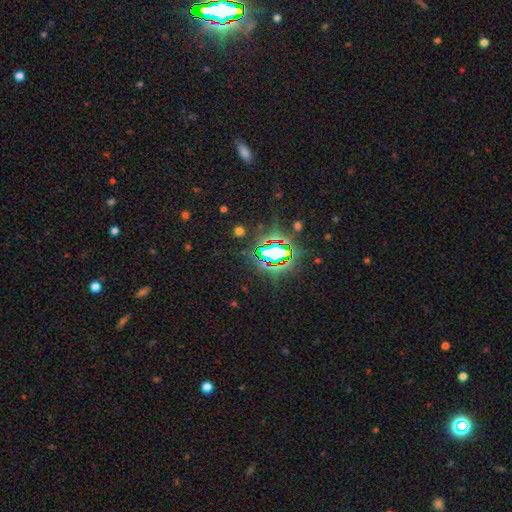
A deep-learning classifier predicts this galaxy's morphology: smooth-or-featured: star or artifact: 81% | smooth: 12% | featured or disk: 8%